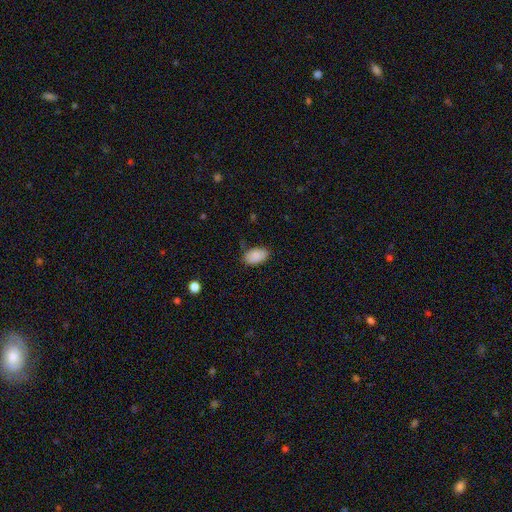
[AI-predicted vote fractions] The model was most divided on "merging": none: 75%, minor disturbance: 19%, major disturbance: 4%, merger: 2%. More confident: how rounded — in between (93%); smooth or featured — smooth (87%).